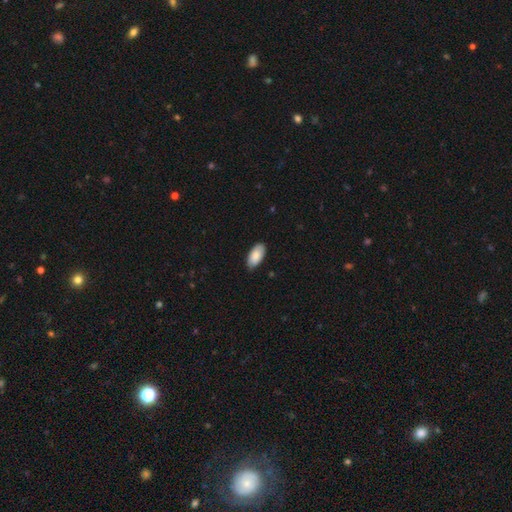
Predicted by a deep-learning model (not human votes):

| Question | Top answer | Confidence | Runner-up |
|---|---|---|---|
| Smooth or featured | smooth | 87% | featured or disk (8%) |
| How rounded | in between | 94% | cigar-shaped (4%) |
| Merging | none | 82% | minor disturbance (15%) |